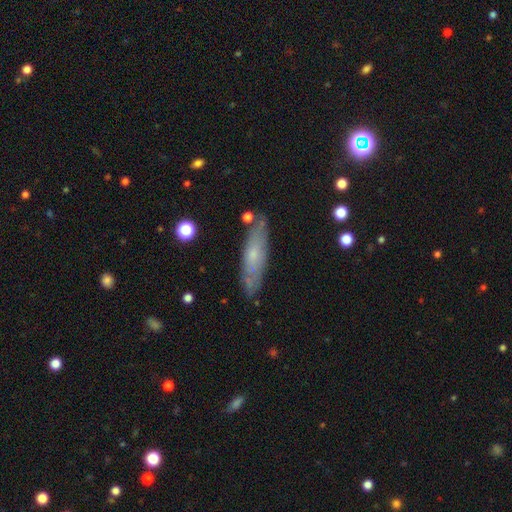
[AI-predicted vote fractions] Smooth or featured? Predicted: featured or disk (p=0.49). Merging? Predicted: none (p=0.81).